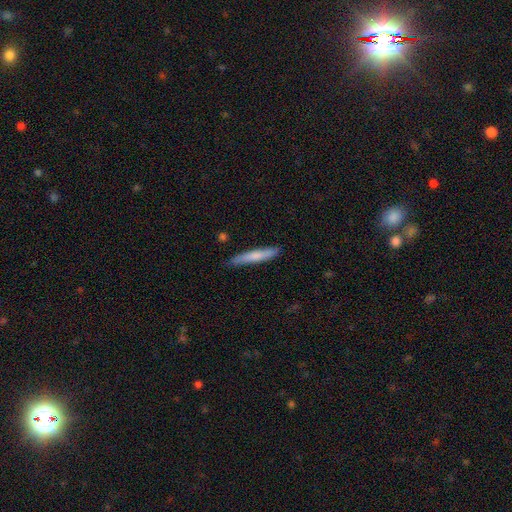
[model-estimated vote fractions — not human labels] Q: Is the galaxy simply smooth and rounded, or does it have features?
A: smooth — 70%.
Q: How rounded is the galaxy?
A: cigar-shaped — 94%.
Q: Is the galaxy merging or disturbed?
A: none — 84%.